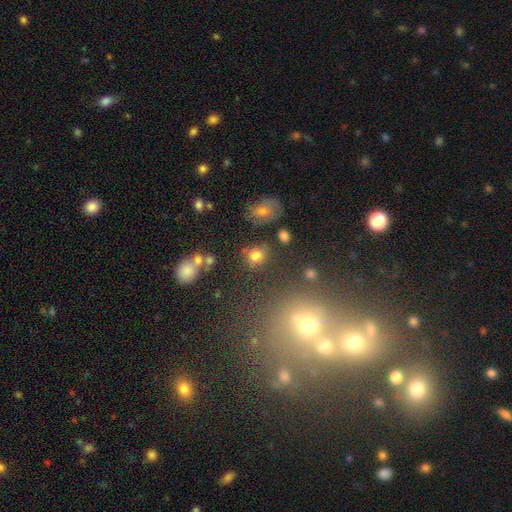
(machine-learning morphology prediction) type=smooth (76%); roundness=round (75%); merging=none (70%).